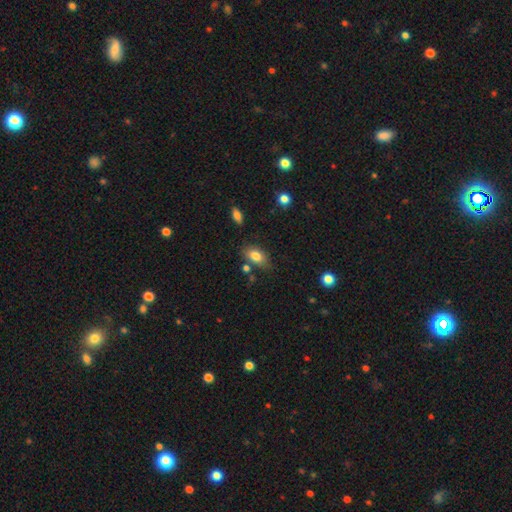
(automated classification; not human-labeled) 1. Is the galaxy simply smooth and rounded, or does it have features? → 80% smooth, 11% featured or disk, 8% star or artifact.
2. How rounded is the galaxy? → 89% in between, 8% round, 3% cigar-shaped.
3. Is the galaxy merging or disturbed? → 74% none, 16% minor disturbance, 7% merger, 4% major disturbance.